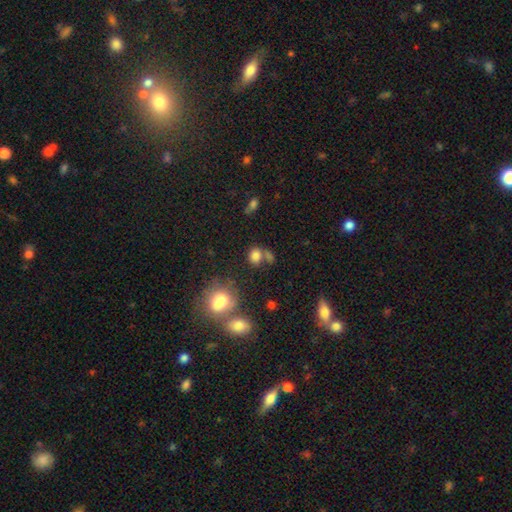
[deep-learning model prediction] smooth-or-featured: smooth: 78% | star or artifact: 14% | featured or disk: 8%
  how-rounded: round: 60% | in between: 38% | cigar-shaped: 1%
  merging: none: 54% | merger: 27% | minor disturbance: 13% | major disturbance: 6%